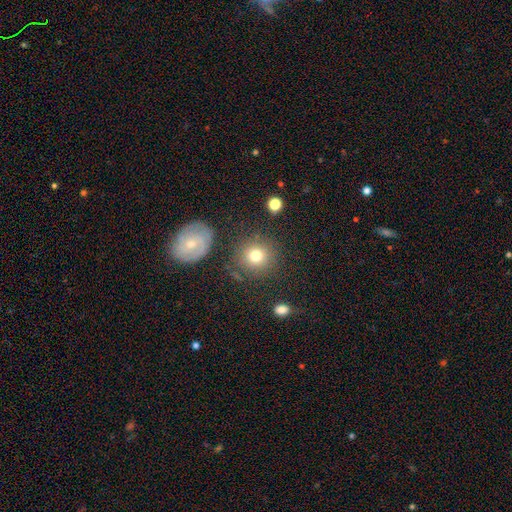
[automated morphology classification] Smooth or featured: smooth — 77% (star or artifact — 12%)
How rounded: round — 90% (in between — 9%)
Merging: none — 81% (minor disturbance — 10%)